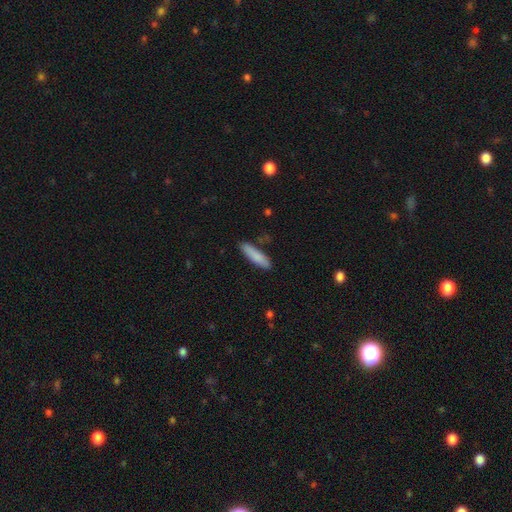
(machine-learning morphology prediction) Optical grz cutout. It shows a smooth galaxy with no disk features (84%) that is cigar-shaped (75%). Merging: none (84%).